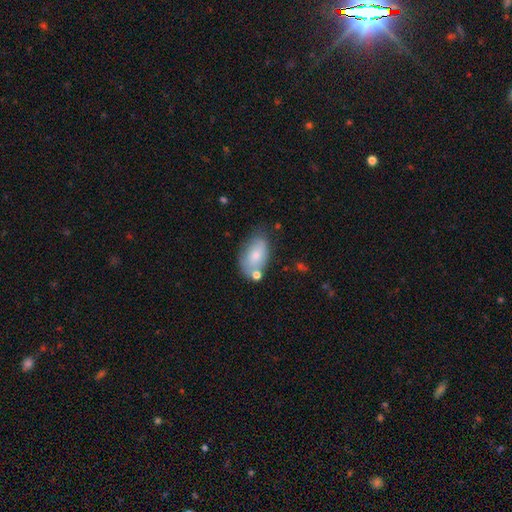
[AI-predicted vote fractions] Overall: smooth (72%). How rounded: in between (91%). Merging: none (56%; minor disturbance 24%).